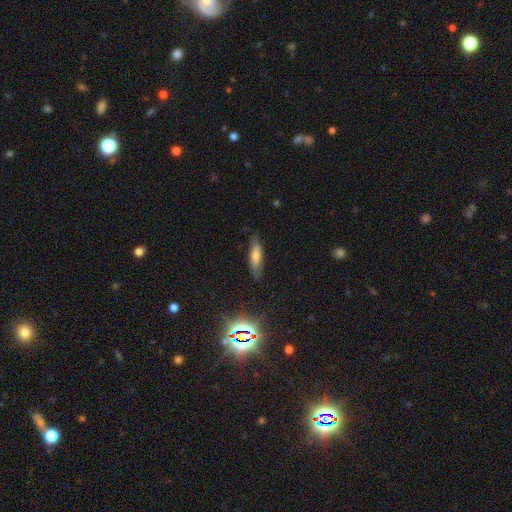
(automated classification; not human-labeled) A smooth galaxy with no disk features (57%) that is cigar-shaped (66%).

Vote fractions:
- Smooth or featured? smooth: 57% / featured or disk: 31% / star or artifact: 12%
- How rounded? cigar-shaped: 66% / in between: 32% / round: 3%
- Merging? none: 79% / minor disturbance: 16% / major disturbance: 4% / merger: 2%